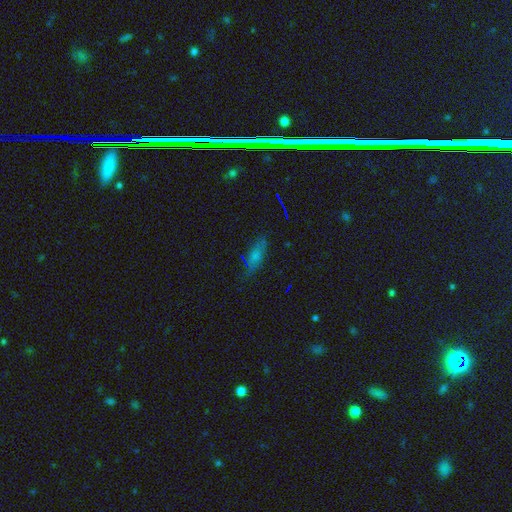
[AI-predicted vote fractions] Smooth or featured? smooth (59%)
How rounded? in between (63%)
Merging? none (74%)